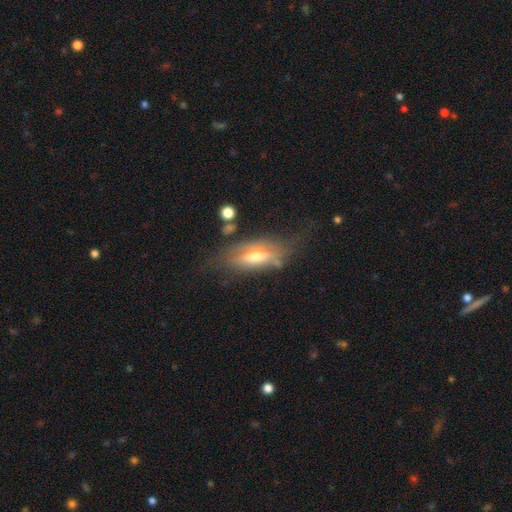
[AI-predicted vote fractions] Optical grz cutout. It shows a featured or disk galaxy (53%) viewed edge-on (57%). Merging: none (51%).